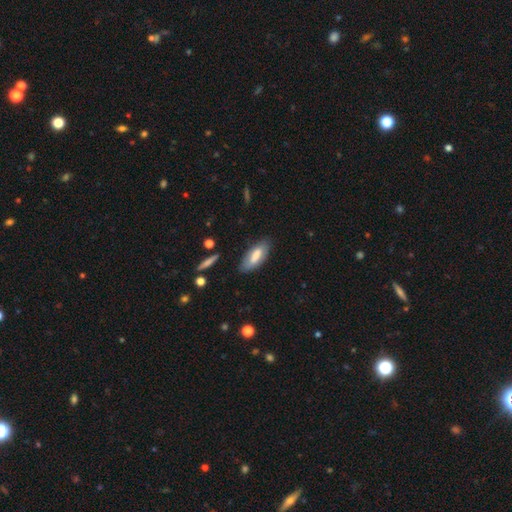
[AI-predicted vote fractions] smooth-or-featured: smooth: 73% | featured or disk: 20% | star or artifact: 6%
  how-rounded: in between: 74% | cigar-shaped: 25% | round: 2%
  merging: none: 78% | minor disturbance: 16% | major disturbance: 4% | merger: 2%